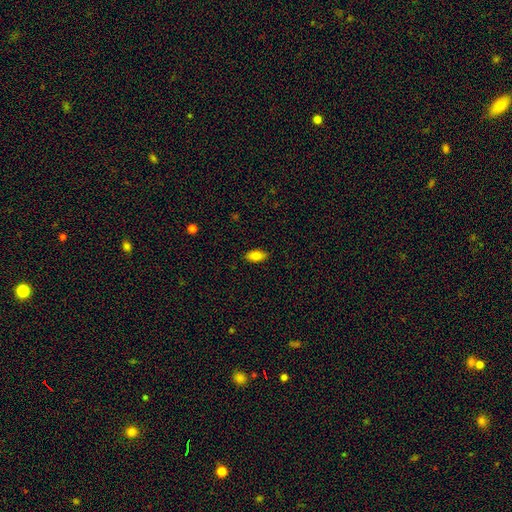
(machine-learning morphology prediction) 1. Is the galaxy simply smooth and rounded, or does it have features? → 84% smooth, 8% star or artifact, 8% featured or disk.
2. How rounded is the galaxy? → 91% in between, 6% cigar-shaped, 4% round.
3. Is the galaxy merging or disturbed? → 86% none, 11% minor disturbance, 2% major disturbance, 1% merger.